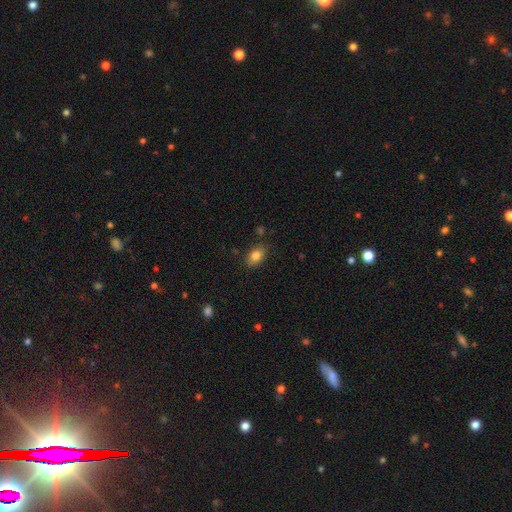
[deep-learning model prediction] Smooth or featured?
  - smooth: 83% *
  - star or artifact: 9%
  - featured or disk: 8%
How rounded?
  - in between: 83% *
  - round: 16%
  - cigar-shaped: 2%
Merging?
  - none: 83% *
  - minor disturbance: 12%
  - major disturbance: 3%
  - merger: 2%